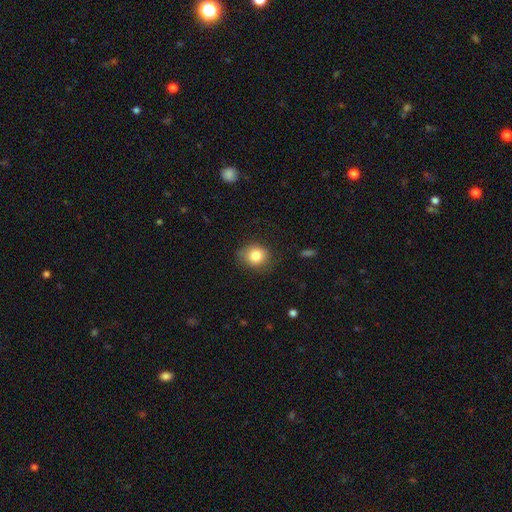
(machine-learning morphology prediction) A smooth galaxy with no disk features (83%) that is round (73%).

Vote fractions:
- Smooth or featured? smooth: 83% / star or artifact: 9% / featured or disk: 8%
- How rounded? round: 73% / in between: 26% / cigar-shaped: 1%
- Merging? none: 77% / minor disturbance: 17% / major disturbance: 4% / merger: 1%